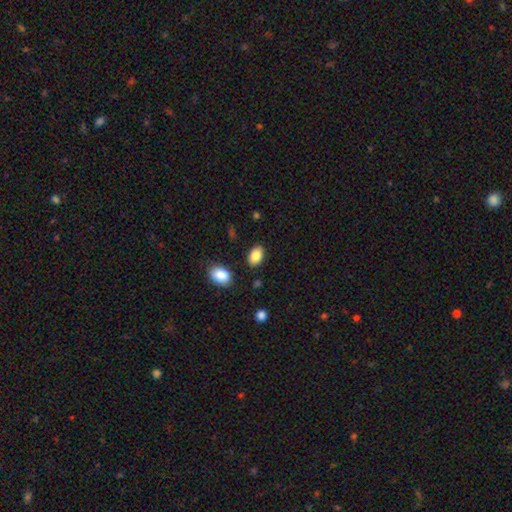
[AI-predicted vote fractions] Smooth or featured? Predicted: smooth (p=0.86). How rounded? Predicted: in between (p=0.88). Merging? Predicted: none (p=0.86).